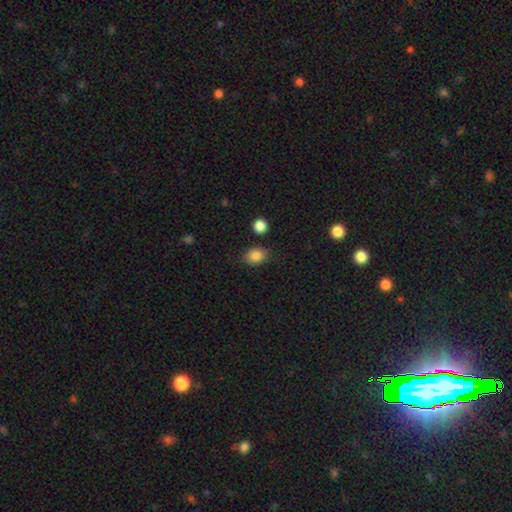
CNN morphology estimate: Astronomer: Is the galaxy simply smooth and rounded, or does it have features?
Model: smooth — 86%.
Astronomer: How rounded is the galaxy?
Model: in between — 66%.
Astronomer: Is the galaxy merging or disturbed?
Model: none — 81%.